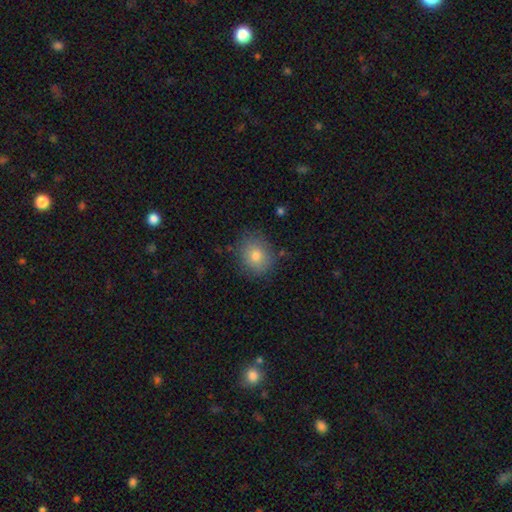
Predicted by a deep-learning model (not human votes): The model was most divided on "how rounded": round: 71%, in between: 28%, cigar-shaped: 1%. More confident: merging — none (82%); smooth or featured — smooth (78%).